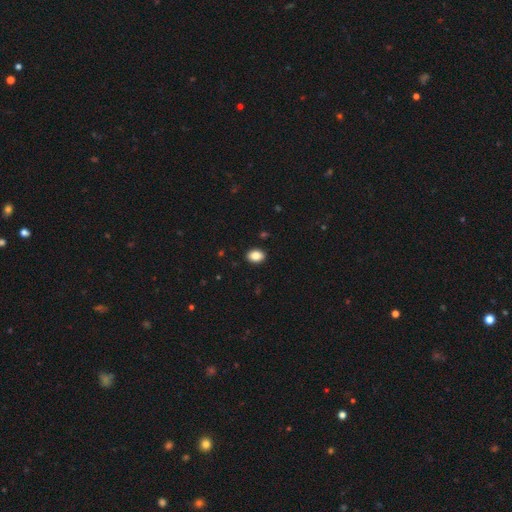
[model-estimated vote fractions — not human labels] Smooth or featured? smooth (87%)
How rounded? in between (75%)
Merging? none (91%)